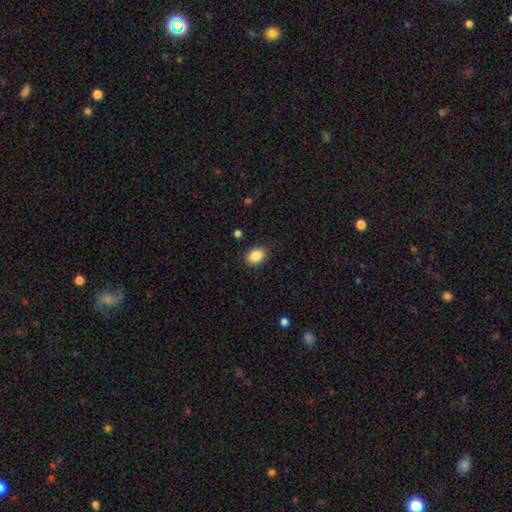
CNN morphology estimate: Smooth or featured?
  - smooth: 87% *
  - star or artifact: 8%
  - featured or disk: 5%
How rounded?
  - in between: 62% *
  - round: 37%
  - cigar-shaped: 1%
Merging?
  - none: 85% *
  - minor disturbance: 11%
  - major disturbance: 3%
  - merger: 1%